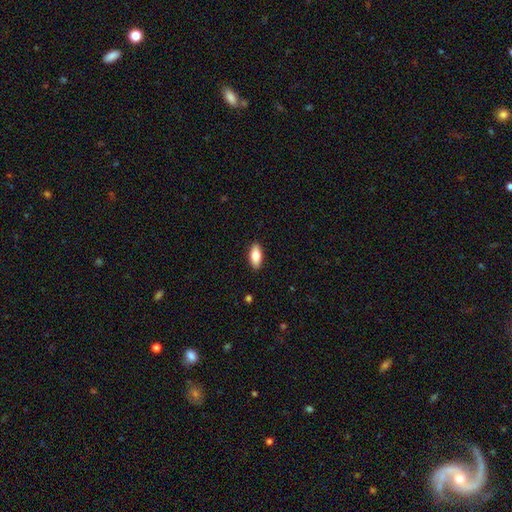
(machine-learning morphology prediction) Smooth or featured? Predicted: smooth (p=0.79). How rounded? Predicted: in between (p=0.86). Merging? Predicted: none (p=0.90).